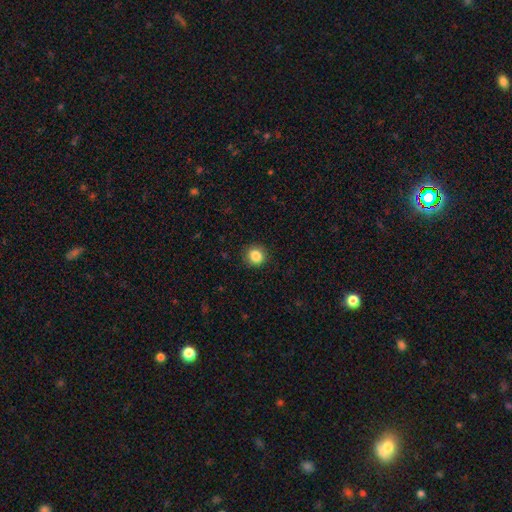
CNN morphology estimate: Smooth or featured? smooth (86%)
How rounded? round (89%)
Merging? none (90%)